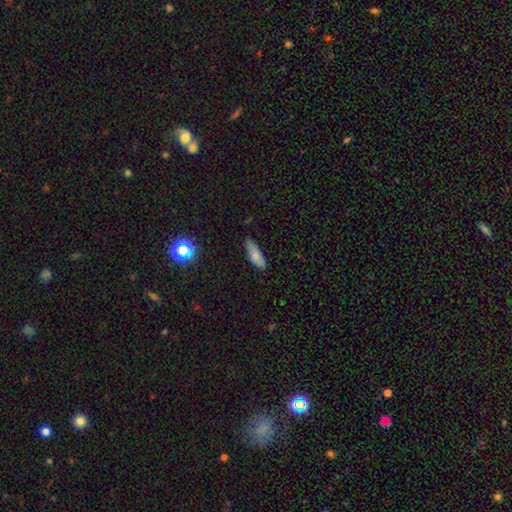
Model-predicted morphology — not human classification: smooth 75%, featured or disk 16%, star or artifact 9%. Down the decision tree: how rounded — in between (57%); merging — none (71%).